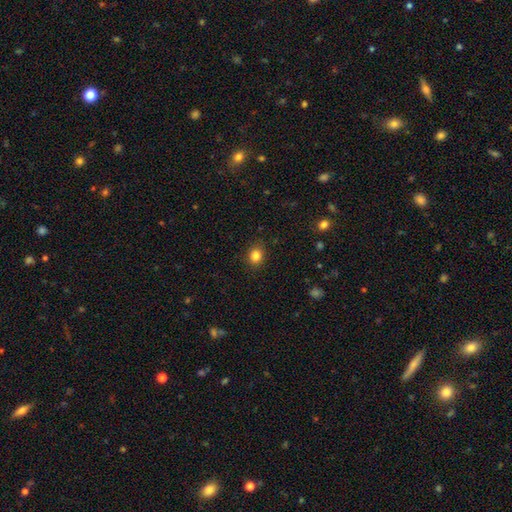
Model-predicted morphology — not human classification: Q: Smooth or featured?
A: smooth (85%); runner-up: star or artifact (11%)
Q: How rounded?
A: round (67%); runner-up: in between (32%)
Q: Merging?
A: none (87%); runner-up: minor disturbance (9%)